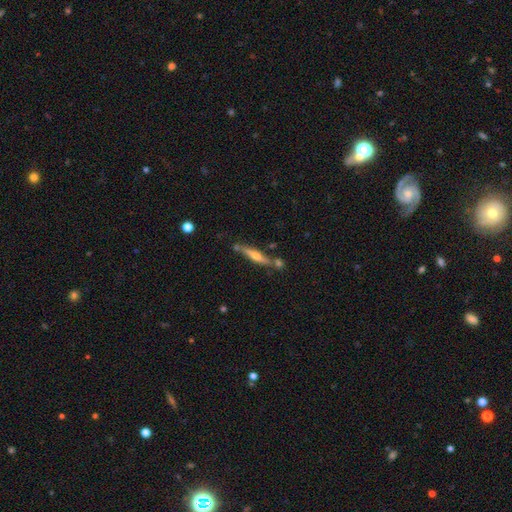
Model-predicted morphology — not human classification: Q: Smooth or featured?
A: featured or disk (63%); runner-up: smooth (30%)
Q: Edge-on disk?
A: yes (95%); runner-up: no (5%)
Q: Edge-on bulge?
A: rounded (83%); runner-up: none (10%)
Q: Merging?
A: none (72%); runner-up: minor disturbance (13%)